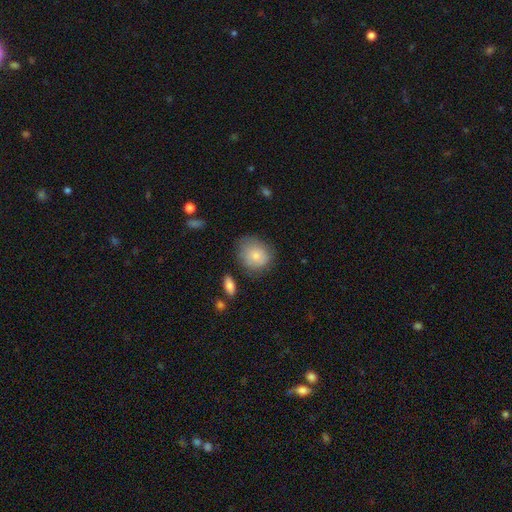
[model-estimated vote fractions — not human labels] smooth-or-featured: smooth: 80% | featured or disk: 13% | star or artifact: 7%
  how-rounded: round: 68% | in between: 31% | cigar-shaped: 1%
  merging: none: 66% | minor disturbance: 24% | major disturbance: 7% | merger: 3%